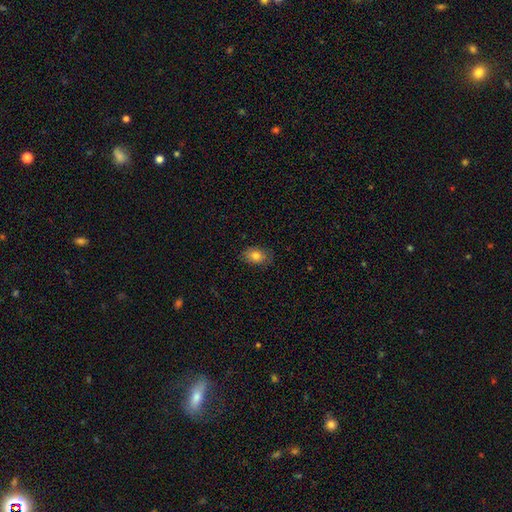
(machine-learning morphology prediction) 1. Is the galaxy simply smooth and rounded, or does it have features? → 81% smooth, 10% featured or disk, 9% star or artifact.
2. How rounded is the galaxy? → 82% in between, 17% round, 1% cigar-shaped.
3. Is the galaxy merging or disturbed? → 82% none, 14% minor disturbance, 3% major disturbance, 1% merger.